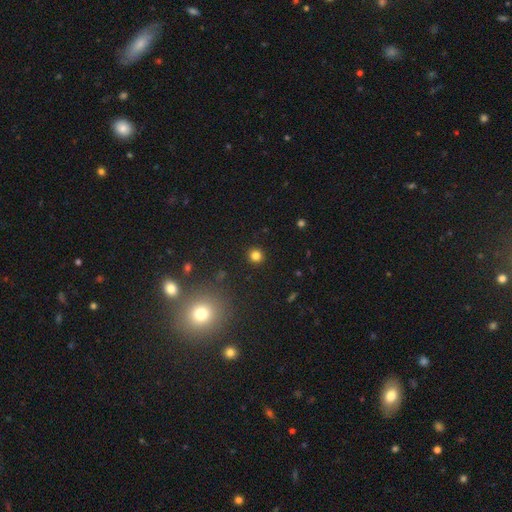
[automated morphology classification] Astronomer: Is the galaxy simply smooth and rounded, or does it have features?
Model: smooth — 81%.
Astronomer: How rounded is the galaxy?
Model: round — 93%.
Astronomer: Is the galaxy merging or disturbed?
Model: none — 92%.